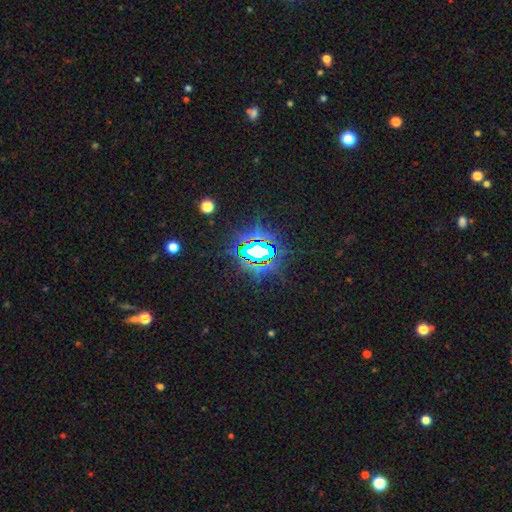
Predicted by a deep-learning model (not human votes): This appears to be a star or artifact, not a galaxy (77%).